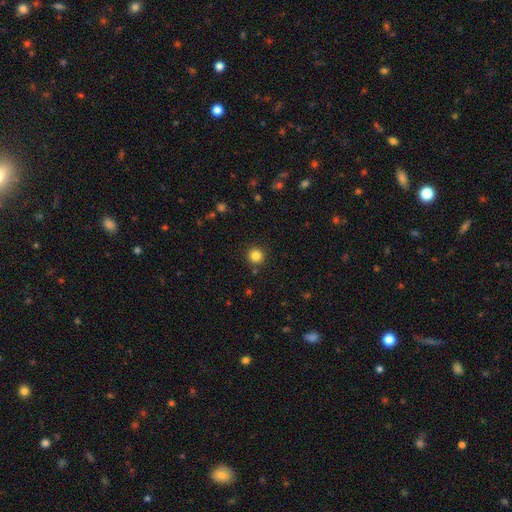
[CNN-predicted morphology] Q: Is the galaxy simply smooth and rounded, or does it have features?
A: smooth — 83%.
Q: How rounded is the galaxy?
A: round — 95%.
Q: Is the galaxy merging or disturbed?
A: none — 90%.